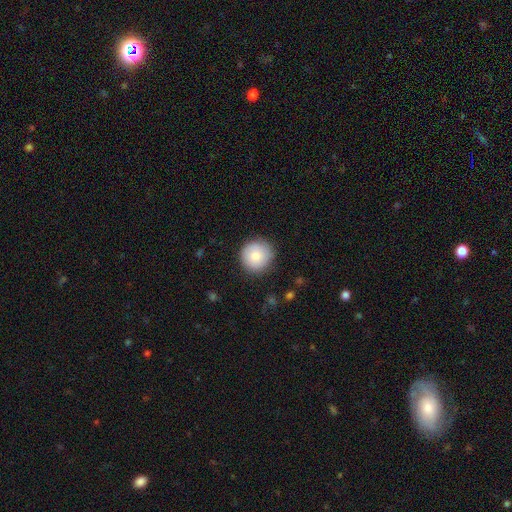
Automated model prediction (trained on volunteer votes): Overall: smooth (80%). How rounded: round (95%). Merging: none (86%).